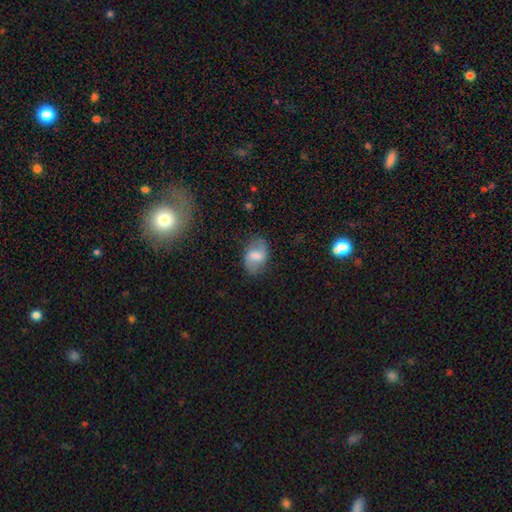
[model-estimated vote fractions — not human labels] A smooth galaxy with no disk features (58%) that is in between round and cigar-shaped (83%).

Vote fractions:
- Smooth or featured? smooth: 58% / featured or disk: 34% / star or artifact: 8%
- How rounded? in between: 83% / round: 16% / cigar-shaped: 2%
- Merging? none: 76% / minor disturbance: 17% / major disturbance: 5% / merger: 1%